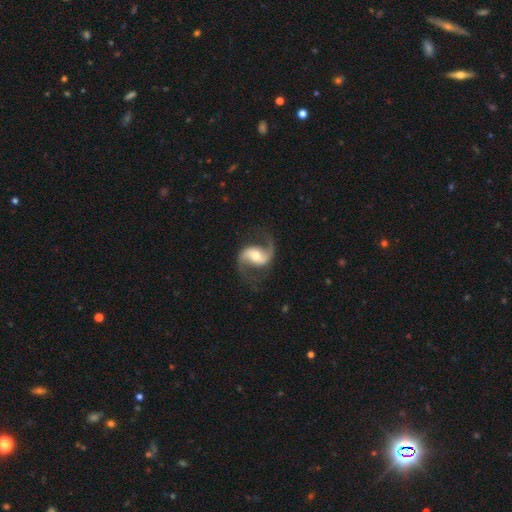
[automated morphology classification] smooth-or-featured: featured or disk: 90% | smooth: 5% | star or artifact: 4%
  disk-edge-on: no: 98% | yes: 2%
    bar: weak: 39% | no: 33% | strong: 28%
    has-spiral-arms: yes: 97% | no: 3%
      spiral-winding: loose: 57% | medium: 37% | tight: 7%
      spiral-arm-count: 2: 94% | 1: 2% | can't tell: 1% | 3: 1% | 4: 1% | more than 4: 1%
    bulge-size: moderate: 66% | small: 23% | large: 9% | none: 1% | dominant: 1%
  merging: none: 79% | minor disturbance: 12% | major disturbance: 7% | merger: 1%